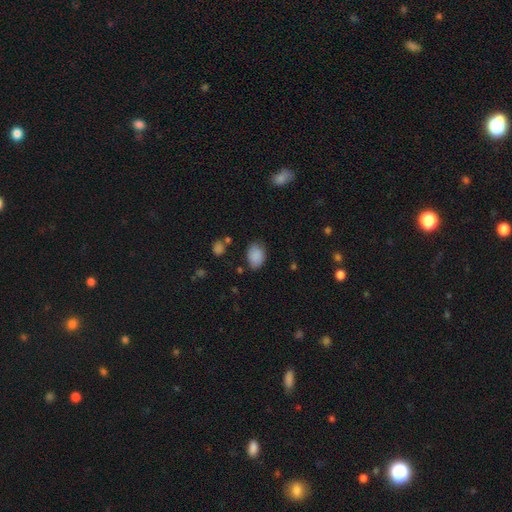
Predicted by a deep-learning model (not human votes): A smooth galaxy with no disk features (86%) that is in between round and cigar-shaped (76%).

Vote fractions:
- Smooth or featured? smooth: 86% / star or artifact: 9% / featured or disk: 5%
- How rounded? in between: 76% / round: 23% / cigar-shaped: 1%
- Merging? none: 70% / minor disturbance: 21% / major disturbance: 5% / merger: 3%